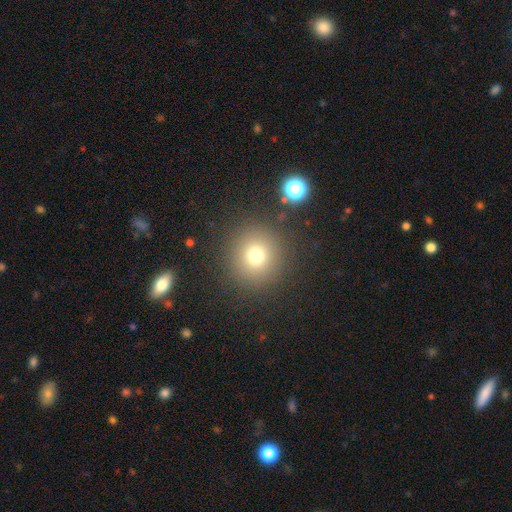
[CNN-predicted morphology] smooth 74%, star or artifact 16%, featured or disk 9%. Down the decision tree: how rounded — round (94%); merging — none (88%).